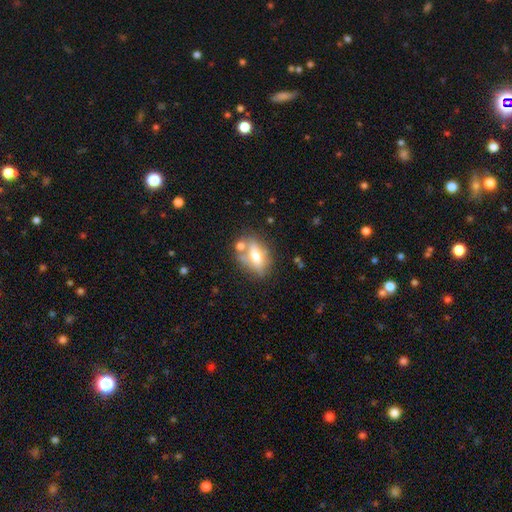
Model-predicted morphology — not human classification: This appears to be a smooth galaxy with no disk features (51%) that is in between round and cigar-shaped (73%). Merging: none (57%).